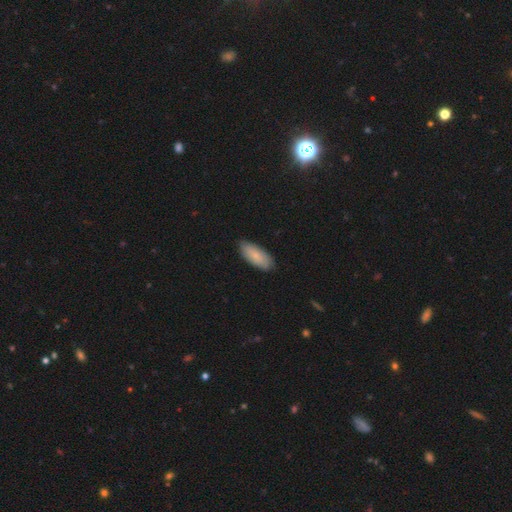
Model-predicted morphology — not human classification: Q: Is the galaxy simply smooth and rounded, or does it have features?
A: smooth — 80%.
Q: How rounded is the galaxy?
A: in between — 85%.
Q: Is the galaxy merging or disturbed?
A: none — 83%.